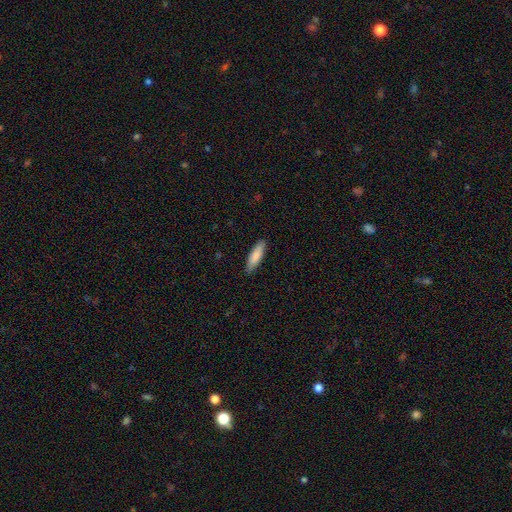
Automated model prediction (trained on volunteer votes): Q: Smooth or featured?
A: smooth (85%); runner-up: featured or disk (10%)
Q: How rounded?
A: cigar-shaped (62%); runner-up: in between (37%)
Q: Merging?
A: none (89%); runner-up: minor disturbance (9%)